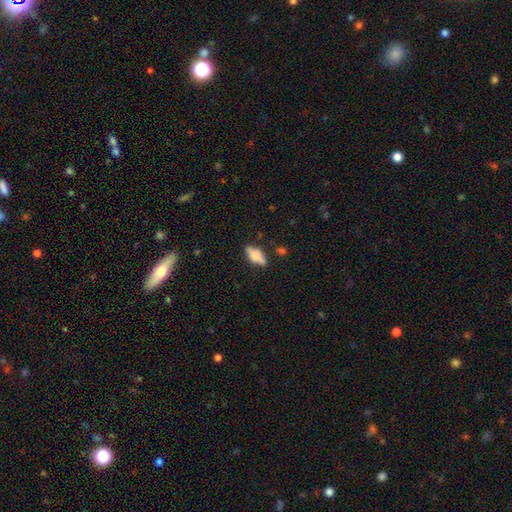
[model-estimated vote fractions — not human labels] This appears to be a smooth galaxy with no disk features (52%) that is in between round and cigar-shaped (72%). Merging: none (81%).